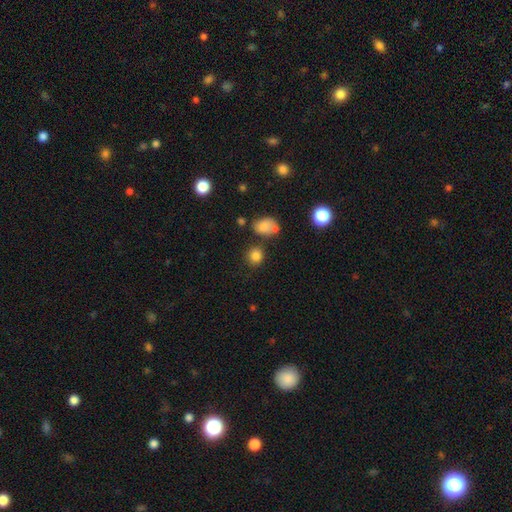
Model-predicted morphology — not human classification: smooth-or-featured: smooth: 83% | star or artifact: 12% | featured or disk: 5%
  how-rounded: round: 80% | in between: 19% | cigar-shaped: 1%
  merging: none: 76% | minor disturbance: 11% | merger: 9% | major disturbance: 4%